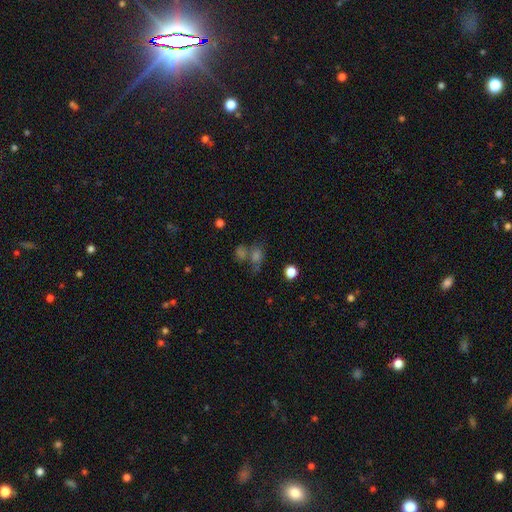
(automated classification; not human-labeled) Smooth or featured? Predicted: smooth (p=0.50). How rounded? Predicted: in between (p=0.51). Merging? Predicted: none (p=0.39).